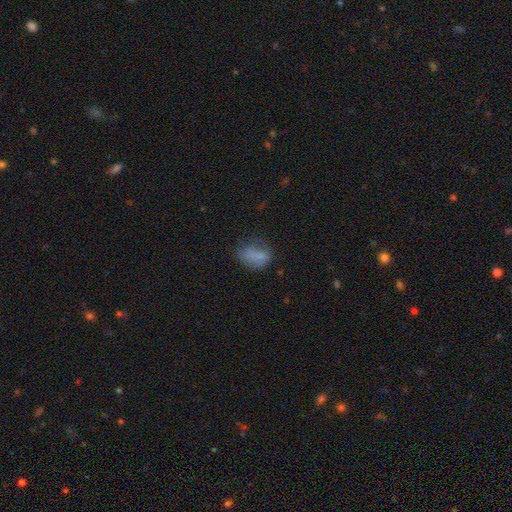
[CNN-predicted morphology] This appears to be a smooth galaxy with no disk features (69%) that is in between round and cigar-shaped (68%). Merging: none (50%).